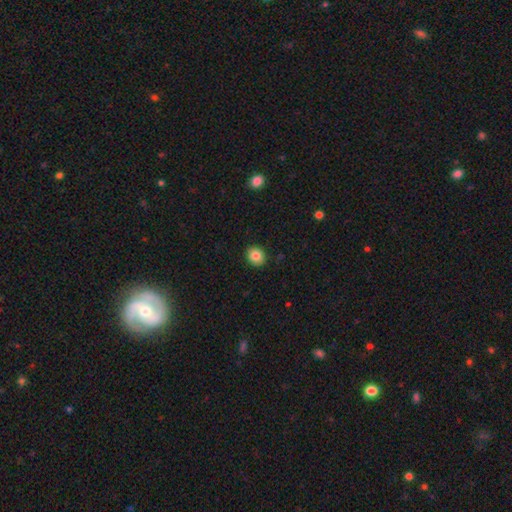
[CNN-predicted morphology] The model was most divided on "how rounded": round: 61%, in between: 38%, cigar-shaped: 1%. More confident: merging — none (91%); smooth or featured — smooth (84%).